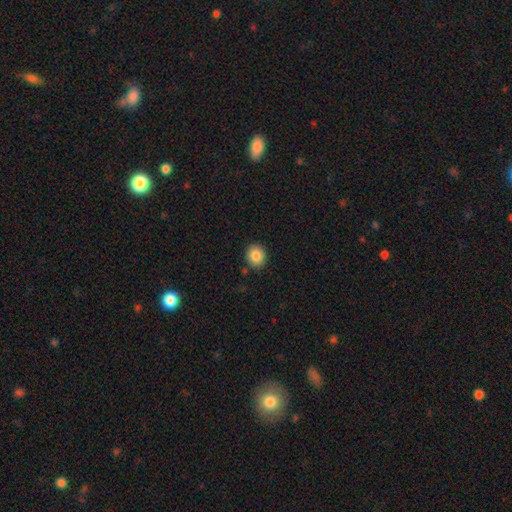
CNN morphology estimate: The model was most divided on "how rounded": round: 78%, in between: 21%, cigar-shaped: 1%. More confident: merging — none (89%); smooth or featured — smooth (85%).